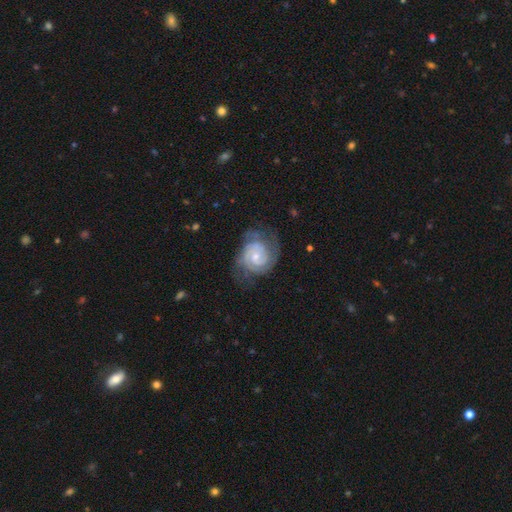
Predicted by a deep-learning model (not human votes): smooth-or-featured: featured or disk: 85% | smooth: 10% | star or artifact: 5%
  disk-edge-on: no: 98% | yes: 2%
    bar: no: 63% | weak: 32% | strong: 5%
    has-spiral-arms: yes: 96% | no: 4%
      spiral-winding: tight: 67% | medium: 27% | loose: 5%
      spiral-arm-count: 2: 50% | can't tell: 21% | 3: 17% | 4: 5% | 1: 4% | more than 4: 4%
    bulge-size: small: 57% | moderate: 37% | none: 2% | large: 2% | dominant: 1%
  merging: none: 64% | minor disturbance: 22% | major disturbance: 12% | merger: 2%